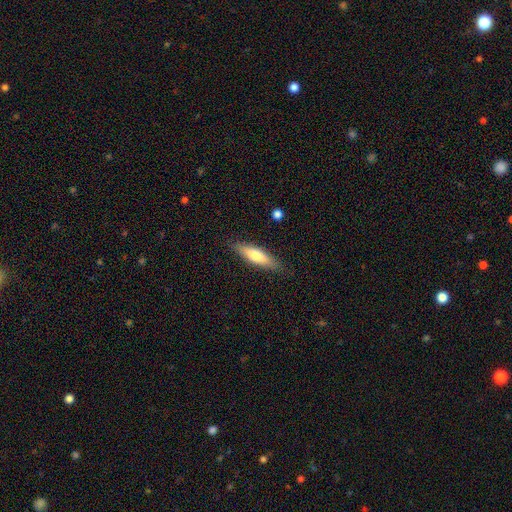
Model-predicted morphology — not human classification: This is likely a smooth galaxy (66%). How rounded: likely cigar-shaped (68%). Merging: clearly none (86%).